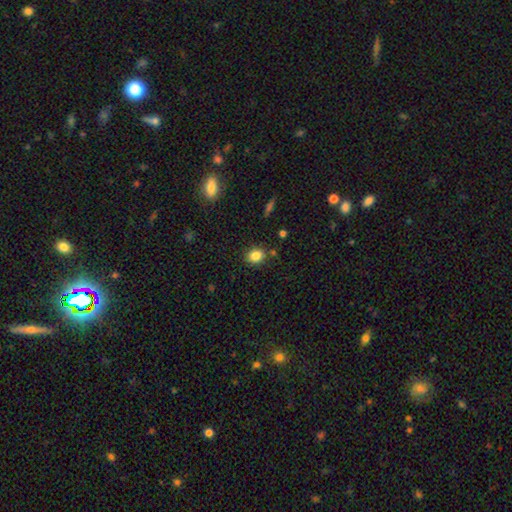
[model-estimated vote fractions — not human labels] Smooth or featured: smooth — 83% (star or artifact — 11%)
How rounded: round — 59% (in between — 40%)
Merging: none — 83% (minor disturbance — 10%)